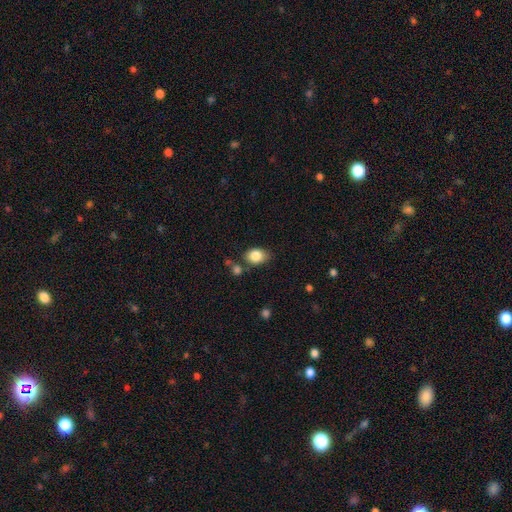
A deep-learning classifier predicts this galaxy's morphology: smooth-or-featured: smooth: 84% | star or artifact: 8% | featured or disk: 8%
  how-rounded: in between: 72% | round: 27% | cigar-shaped: 1%
  merging: none: 68% | minor disturbance: 18% | merger: 9% | major disturbance: 5%